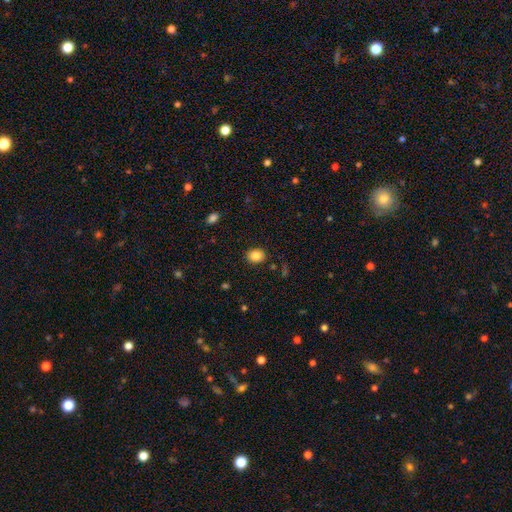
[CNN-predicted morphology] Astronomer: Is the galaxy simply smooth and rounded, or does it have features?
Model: smooth — 86%.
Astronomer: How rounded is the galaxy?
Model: round — 54% (runner-up: in between, 45%).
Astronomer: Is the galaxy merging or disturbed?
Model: none — 88%.